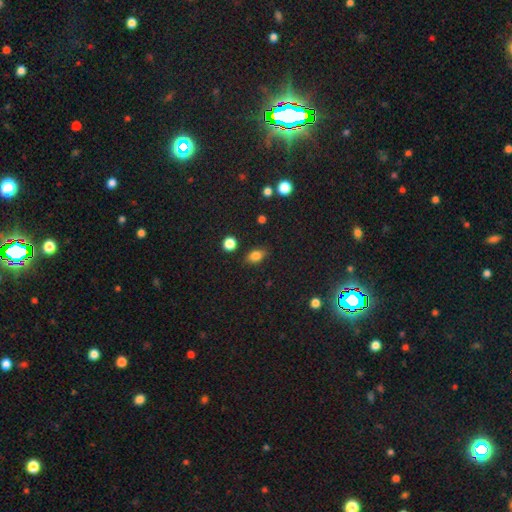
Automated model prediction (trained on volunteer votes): The model was most divided on "how rounded": in between: 76%, round: 20%, cigar-shaped: 3%. More confident: merging — none (82%); smooth or featured — smooth (81%).